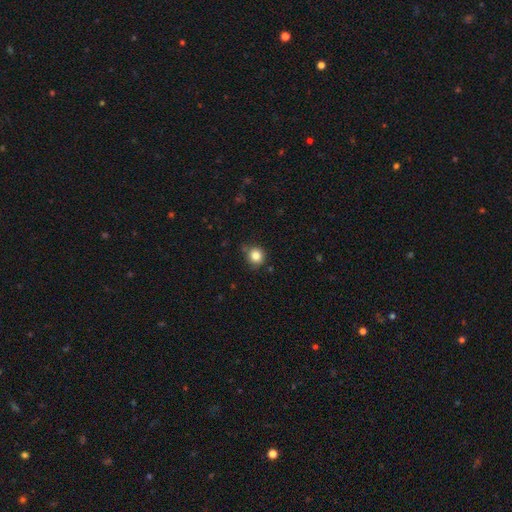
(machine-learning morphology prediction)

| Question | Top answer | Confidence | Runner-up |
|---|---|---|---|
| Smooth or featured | smooth | 84% | star or artifact (11%) |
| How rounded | round | 89% | in between (10%) |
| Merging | none | 77% | minor disturbance (16%) |